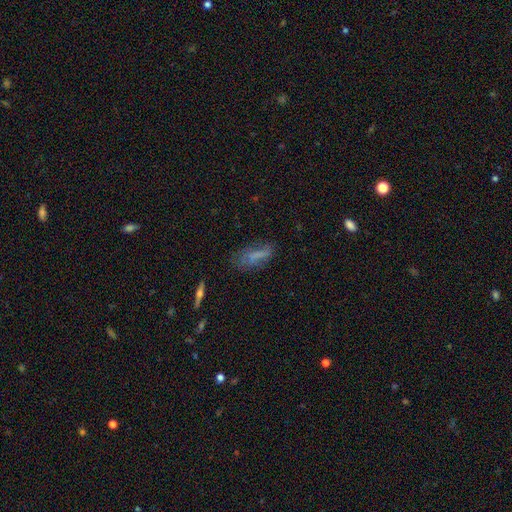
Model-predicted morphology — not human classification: smooth_or_featured: smooth (p=0.58) [alt: featured or disk p=0.29]
how_rounded: in between (p=0.63) [alt: cigar-shaped p=0.34]
merging: none (p=0.49) [alt: minor disturbance p=0.29]